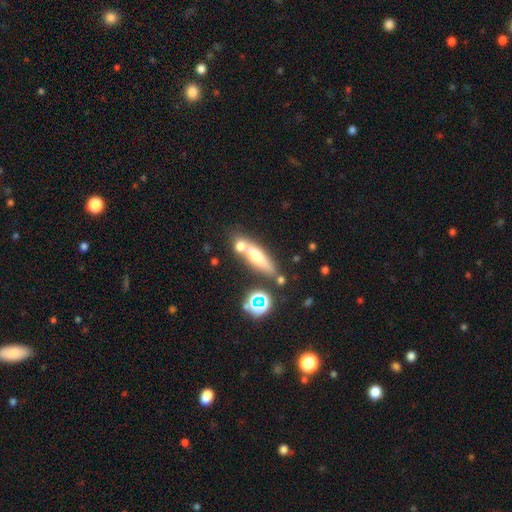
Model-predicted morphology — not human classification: smooth_or_featured: smooth (p=0.53) [alt: featured or disk p=0.31]
how_rounded: cigar-shaped (p=0.62) [alt: in between p=0.30]
merging: none (p=0.57) [alt: merger p=0.24]